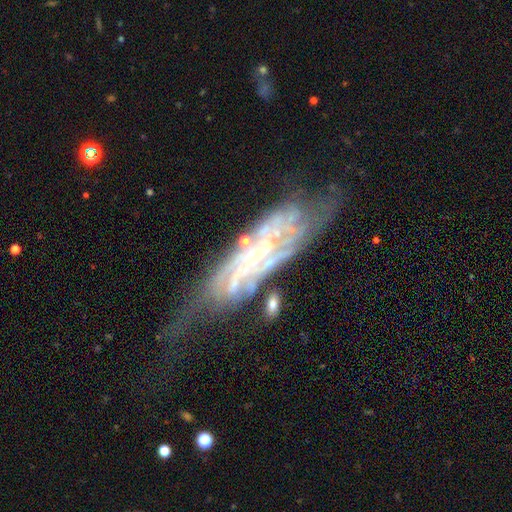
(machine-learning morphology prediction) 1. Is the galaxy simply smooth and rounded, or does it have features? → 76% featured or disk, 14% smooth, 10% star or artifact.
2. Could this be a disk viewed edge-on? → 76% no, 24% yes.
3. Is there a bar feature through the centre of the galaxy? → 45% no, 29% weak, 25% strong.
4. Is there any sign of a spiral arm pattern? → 77% yes, 23% no.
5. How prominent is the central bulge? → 46% small, 35% none, 15% moderate, 3% large, 2% dominant.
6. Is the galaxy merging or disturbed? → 40% none, 27% minor disturbance, 25% major disturbance, 7% merger.